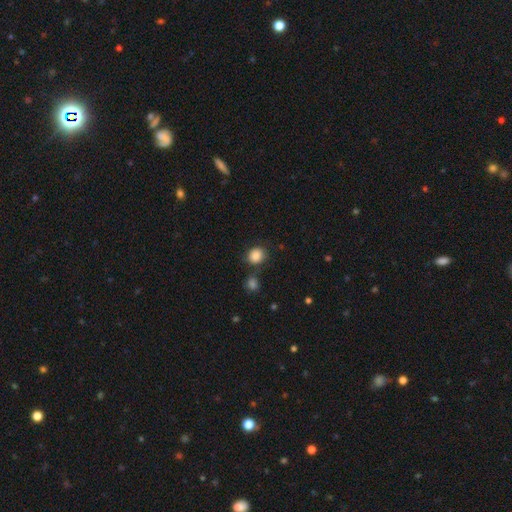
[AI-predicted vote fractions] This is clearly a smooth galaxy (87%). How rounded: likely round (73%). Merging: likely none (76%).